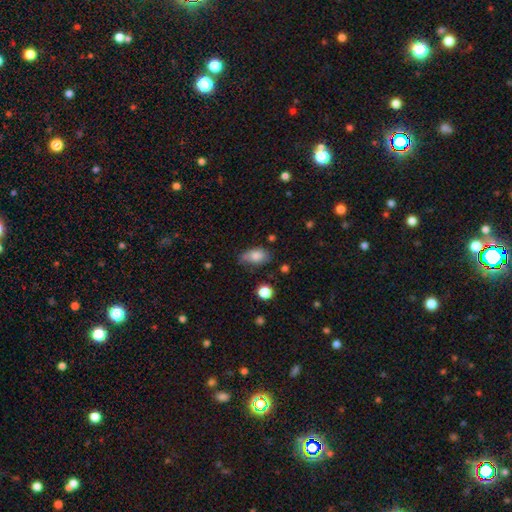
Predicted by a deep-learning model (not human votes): This is likely a smooth galaxy (80%). How rounded: clearly in between (88%). Merging: possibly none (56%).